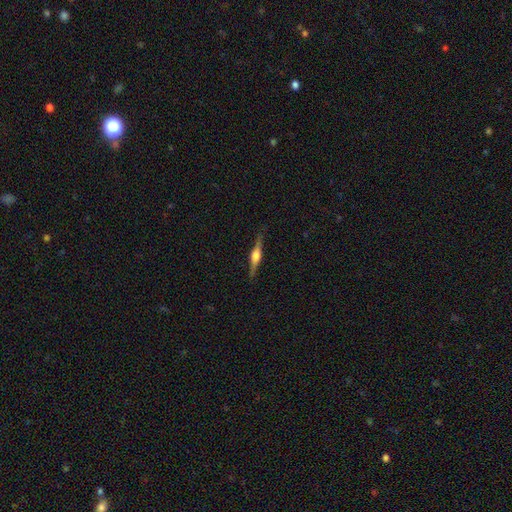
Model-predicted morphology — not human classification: Smooth or featured? featured or disk (74%)
Edge-on disk? yes (98%)
Edge-on bulge? rounded (88%)
Merging? none (88%)